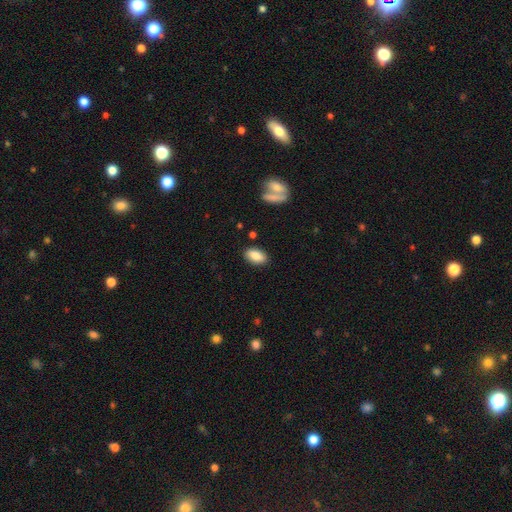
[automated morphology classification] Q: Smooth or featured?
A: smooth (86%); runner-up: star or artifact (7%)
Q: How rounded?
A: in between (92%); runner-up: round (5%)
Q: Merging?
A: none (86%); runner-up: minor disturbance (10%)